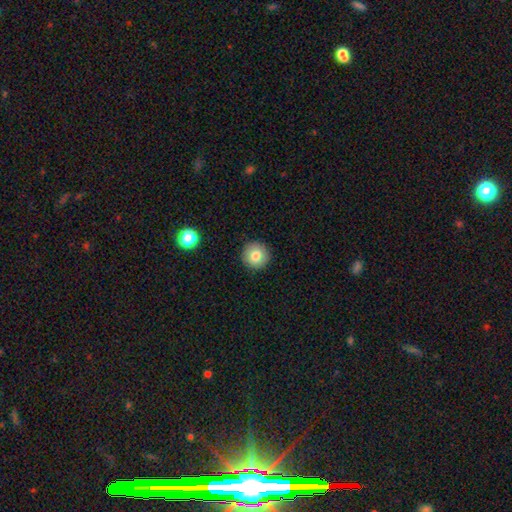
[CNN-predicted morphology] Smooth or featured?
  - smooth: 81% *
  - featured or disk: 10%
  - star or artifact: 9%
How rounded?
  - round: 95% *
  - in between: 4%
  - cigar-shaped: 1%
Merging?
  - none: 91% *
  - minor disturbance: 6%
  - major disturbance: 2%
  - merger: 1%